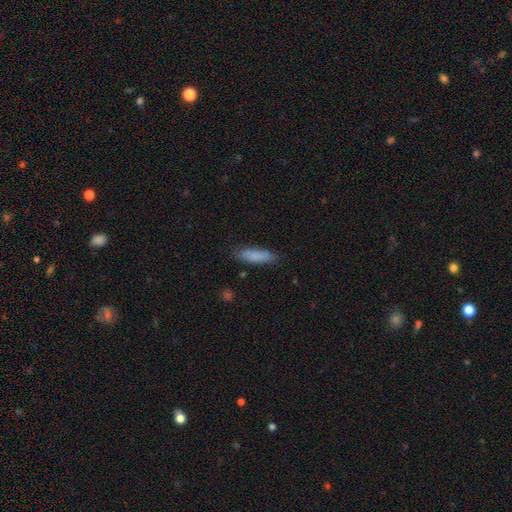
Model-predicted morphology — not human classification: Q: Smooth or featured?
A: smooth (84%); runner-up: featured or disk (9%)
Q: How rounded?
A: cigar-shaped (64%); runner-up: in between (34%)
Q: Merging?
A: none (80%); runner-up: minor disturbance (15%)